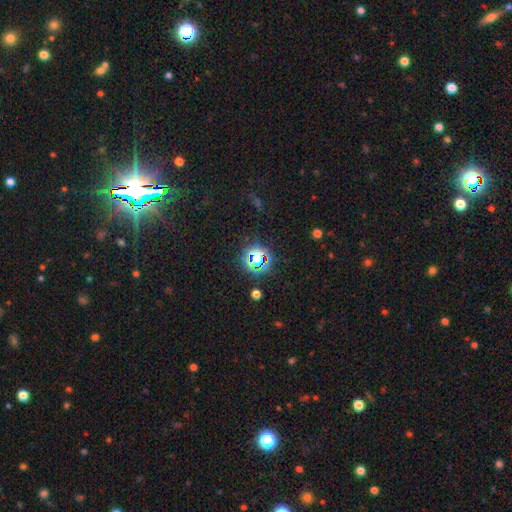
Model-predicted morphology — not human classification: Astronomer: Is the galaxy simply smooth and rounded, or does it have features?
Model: star or artifact — 71%.